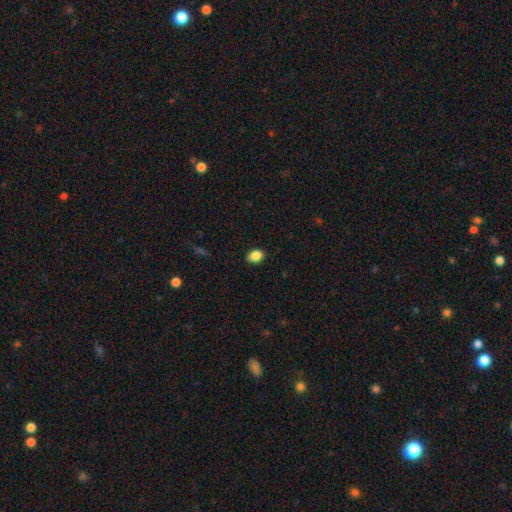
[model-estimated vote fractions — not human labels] Morphology: type=smooth (87%); roundness=in between (71%); merging=none (88%).